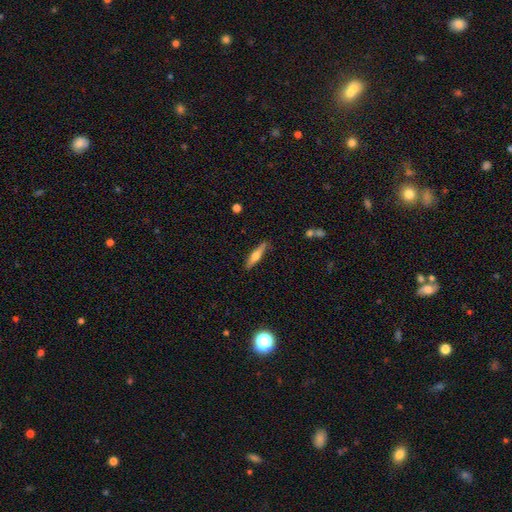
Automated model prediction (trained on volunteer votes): smooth-or-featured: smooth: 49% | featured or disk: 45% | star or artifact: 6%
  merging: none: 86% | minor disturbance: 10% | major disturbance: 2% | merger: 2%